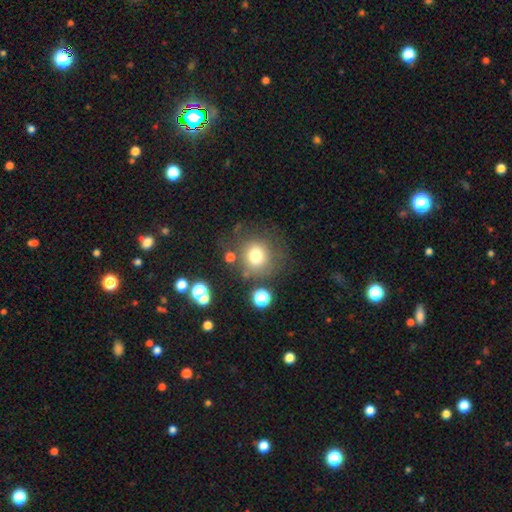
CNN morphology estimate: This appears to be a smooth galaxy with no disk features (75%) that is round (90%). Merging: none (71%).